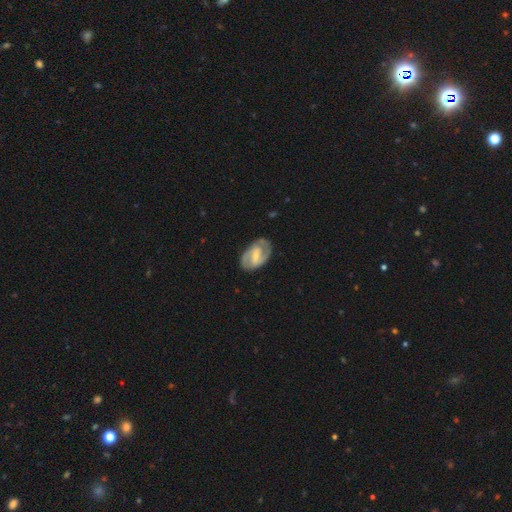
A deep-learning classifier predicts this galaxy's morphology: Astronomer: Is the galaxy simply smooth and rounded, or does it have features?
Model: featured or disk — 77%.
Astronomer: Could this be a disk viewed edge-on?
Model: no — 96%.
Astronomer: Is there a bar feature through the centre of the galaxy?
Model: weak — 46% (runner-up: strong, 37%).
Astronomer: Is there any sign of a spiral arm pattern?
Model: yes — 85%.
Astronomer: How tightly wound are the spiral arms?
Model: medium — 47% (runner-up: tight, 35%).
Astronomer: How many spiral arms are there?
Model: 2 — 84%.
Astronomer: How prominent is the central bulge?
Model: small — 54% (runner-up: moderate, 36%).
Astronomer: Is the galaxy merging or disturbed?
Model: none — 80%.